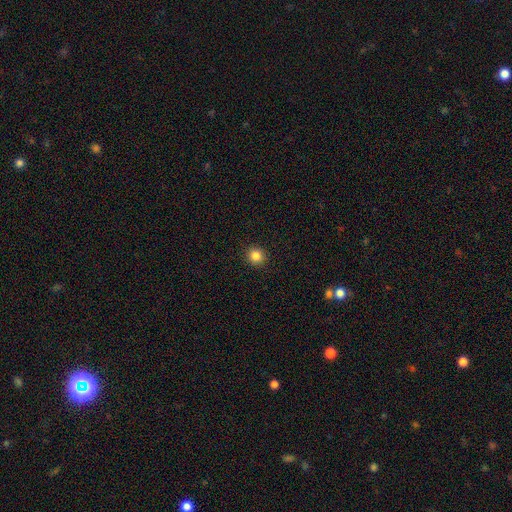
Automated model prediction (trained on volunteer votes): A smooth galaxy with no disk features (85%) that is round (93%). Merging: none (93%).